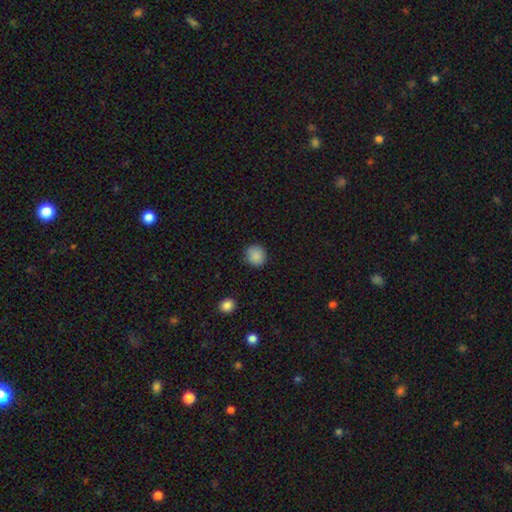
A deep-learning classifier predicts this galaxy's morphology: type=smooth (88%); roundness=round (89%); merging=none (87%).